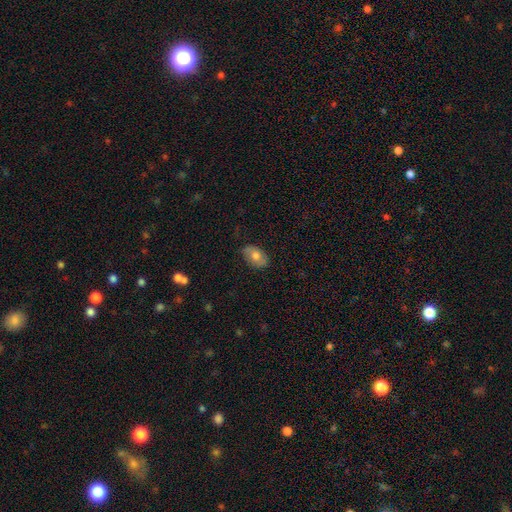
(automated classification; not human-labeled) smooth-or-featured: smooth: 70% | featured or disk: 23% | star or artifact: 7%
  how-rounded: in between: 88% | round: 11% | cigar-shaped: 1%
  merging: none: 81% | minor disturbance: 15% | major disturbance: 3% | merger: 1%